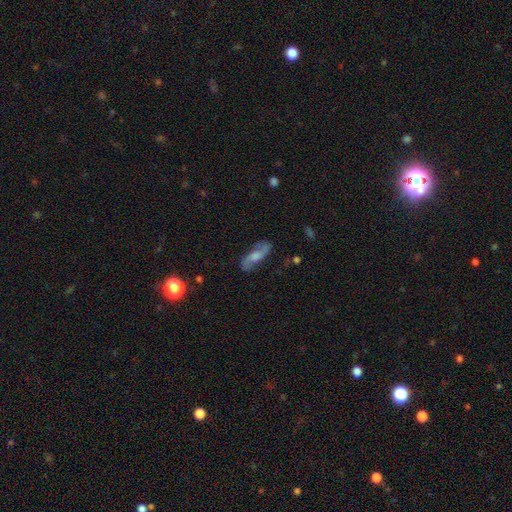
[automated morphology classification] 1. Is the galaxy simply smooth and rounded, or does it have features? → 66% featured or disk, 27% smooth, 7% star or artifact.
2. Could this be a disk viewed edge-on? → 85% no, 15% yes.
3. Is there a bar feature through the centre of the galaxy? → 50% no, 38% weak, 12% strong.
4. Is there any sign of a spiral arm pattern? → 92% yes, 8% no.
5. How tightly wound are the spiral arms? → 63% loose, 28% medium, 8% tight.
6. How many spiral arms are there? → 90% 2, 5% can't tell, 2% 1, 1% 3, 1% 4, 1% more than 4.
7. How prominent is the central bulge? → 36% moderate, 21% small, 20% none, 20% large, 2% dominant.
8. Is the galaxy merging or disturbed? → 76% none, 16% minor disturbance, 6% major disturbance, 2% merger.